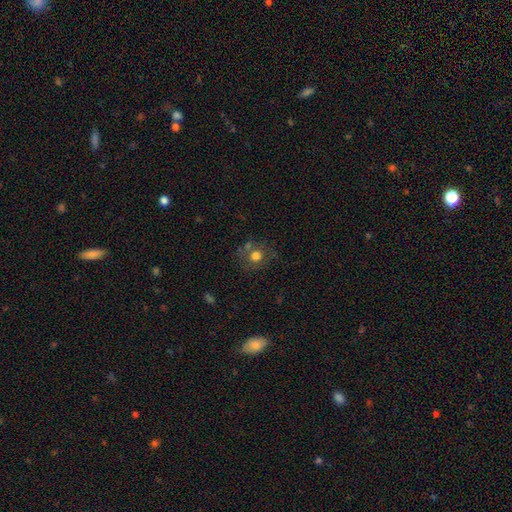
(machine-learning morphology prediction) This is likely a smooth galaxy (69%). How rounded: likely round (79%). Merging: likely none (64%).